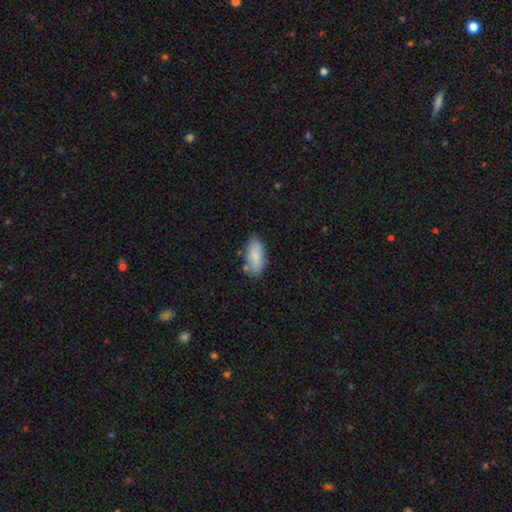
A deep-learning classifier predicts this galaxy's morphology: Overall: smooth (82%). How rounded: in between (91%). Merging: none (75%).